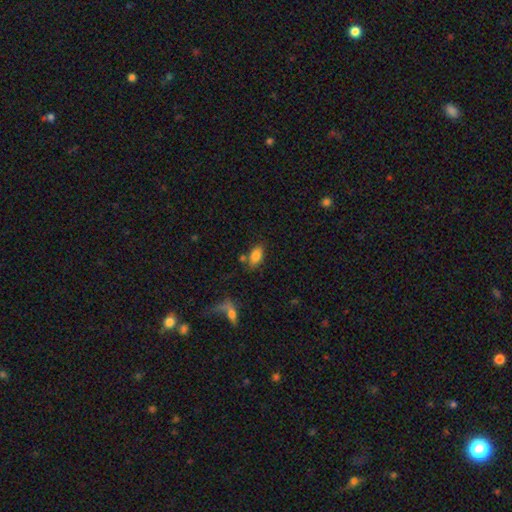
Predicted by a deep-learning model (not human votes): This is clearly a smooth galaxy (82%). How rounded: clearly in between (90%). Merging: likely none (70%).